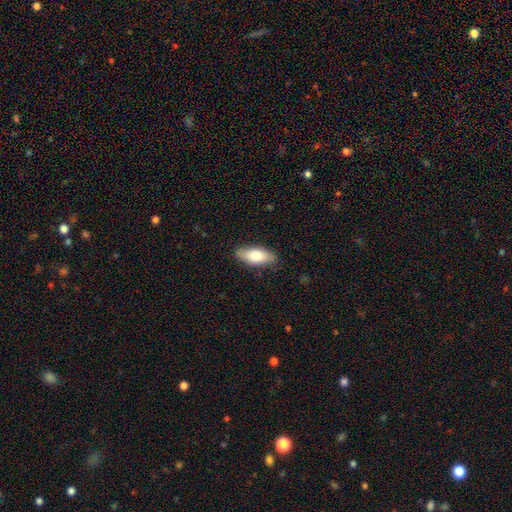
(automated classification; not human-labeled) Q: Smooth or featured?
A: smooth (79%); runner-up: featured or disk (16%)
Q: How rounded?
A: in between (81%); runner-up: cigar-shaped (17%)
Q: Merging?
A: none (85%); runner-up: minor disturbance (11%)